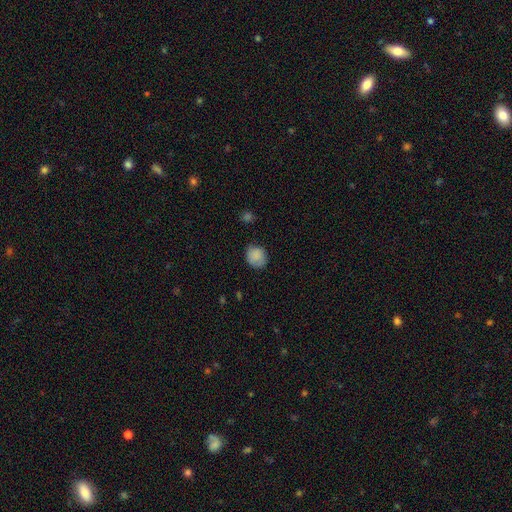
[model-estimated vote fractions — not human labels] Overall: smooth (86%). How rounded: round (74%). Merging: none (76%).